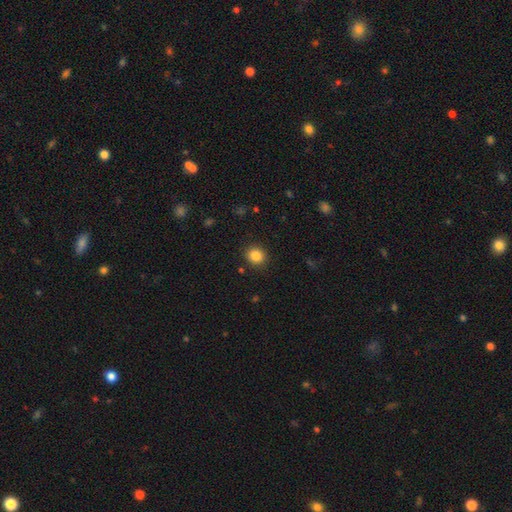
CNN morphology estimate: Smooth or featured: smooth — 85% (star or artifact — 11%)
How rounded: round — 79% (in between — 20%)
Merging: none — 90% (minor disturbance — 7%)